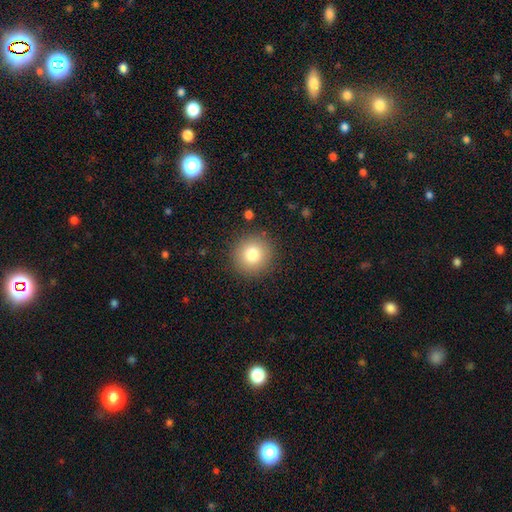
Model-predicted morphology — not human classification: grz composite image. It shows a smooth galaxy with no disk features (63%) that is round (94%). Merging: none (91%).